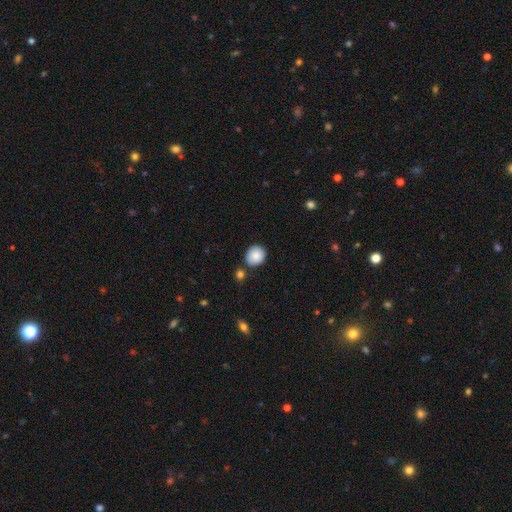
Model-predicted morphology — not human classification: type=smooth (87%); roundness=round (75%); merging=none (76%).